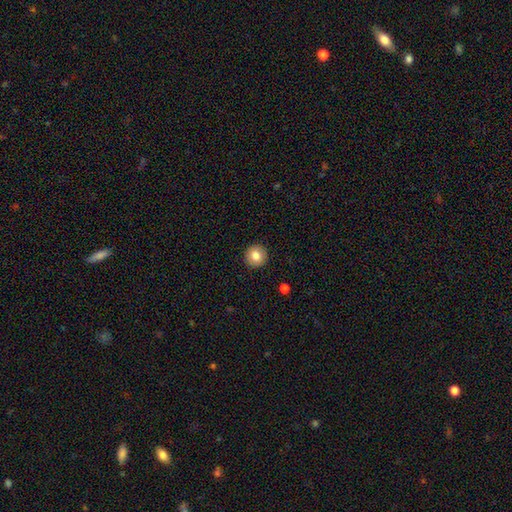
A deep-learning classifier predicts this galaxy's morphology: smooth-or-featured: smooth: 80% | featured or disk: 11% | star or artifact: 9%
  how-rounded: round: 94% | in between: 5% | cigar-shaped: 1%
  merging: none: 93% | minor disturbance: 5% | major disturbance: 1% | merger: 1%